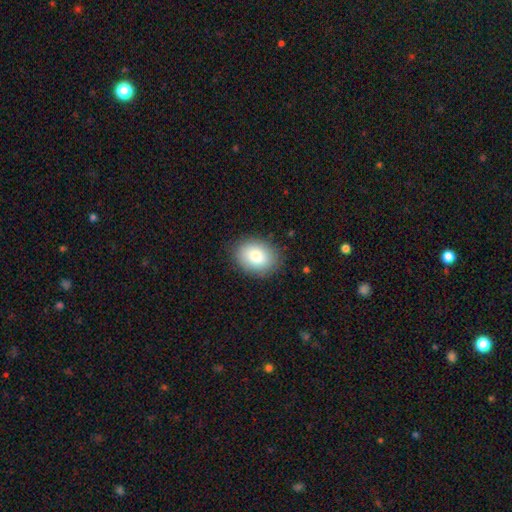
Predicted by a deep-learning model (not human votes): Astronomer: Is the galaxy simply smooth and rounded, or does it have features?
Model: smooth — 84%.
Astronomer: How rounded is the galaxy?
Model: in between — 69%.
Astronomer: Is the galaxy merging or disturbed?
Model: none — 85%.